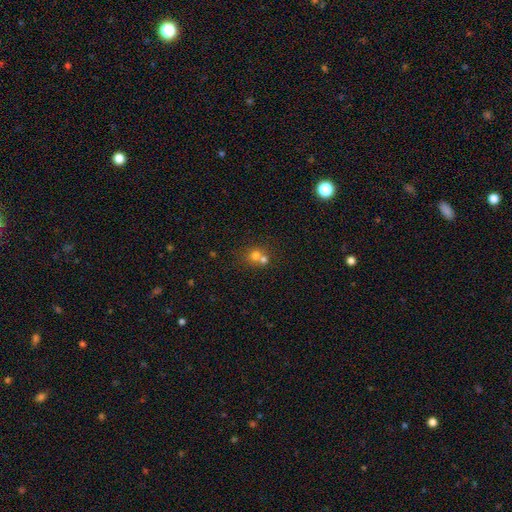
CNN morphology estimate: Q: Smooth or featured?
A: smooth (69%); runner-up: featured or disk (16%)
Q: How rounded?
A: round (81%); runner-up: in between (18%)
Q: Merging?
A: merger (56%); runner-up: none (36%)